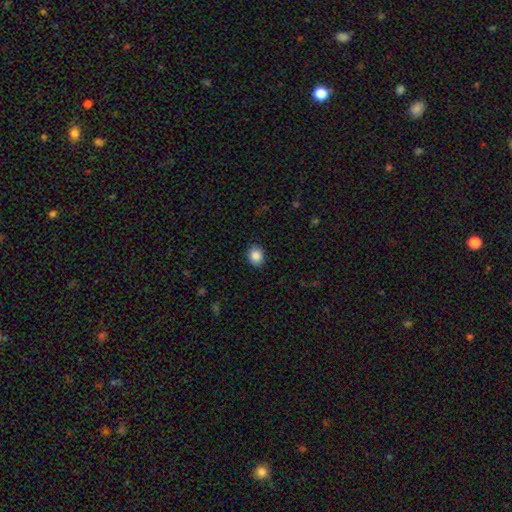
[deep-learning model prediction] A smooth galaxy with no disk features (88%) that is round (56%). Merging: none (90%).